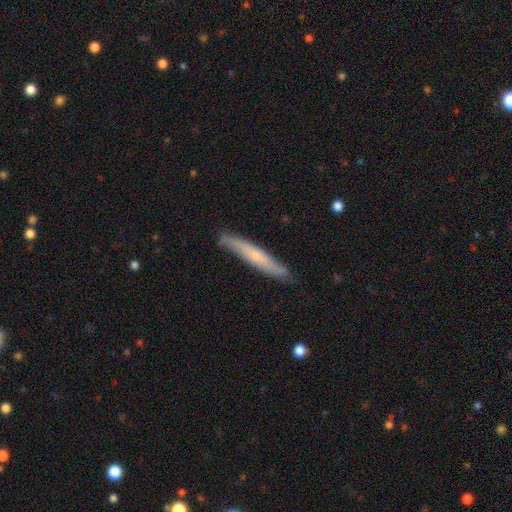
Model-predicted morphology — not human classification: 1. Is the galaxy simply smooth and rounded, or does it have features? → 50% smooth, 45% featured or disk, 6% star or artifact.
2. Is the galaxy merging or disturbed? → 81% none, 15% minor disturbance, 2% major disturbance, 1% merger.